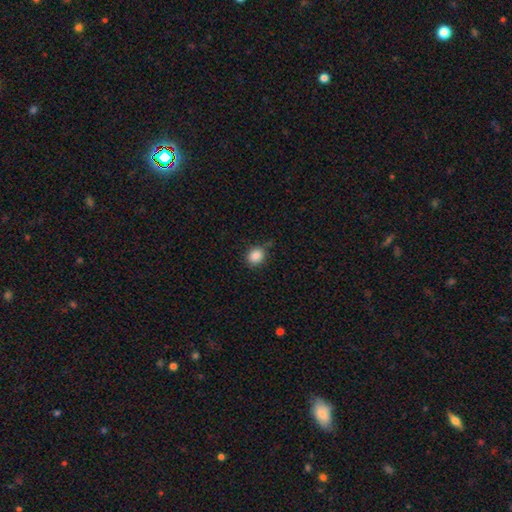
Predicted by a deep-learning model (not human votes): Q: Smooth or featured?
A: smooth (87%); runner-up: star or artifact (9%)
Q: How rounded?
A: round (61%); runner-up: in between (38%)
Q: Merging?
A: none (77%); runner-up: minor disturbance (17%)